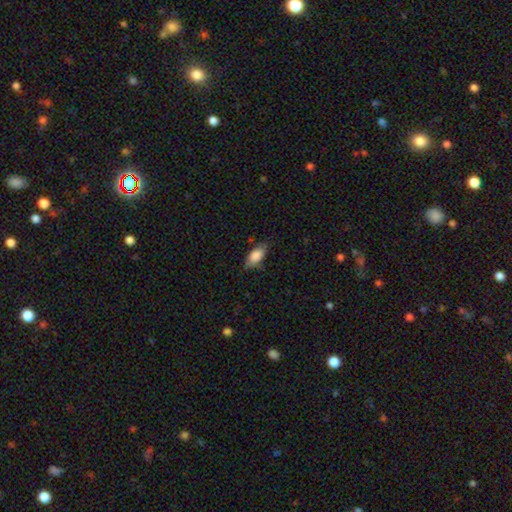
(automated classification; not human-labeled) Smooth or featured?
  - smooth: 81% *
  - featured or disk: 12%
  - star or artifact: 7%
How rounded?
  - in between: 85% *
  - cigar-shaped: 12%
  - round: 3%
Merging?
  - none: 73% *
  - minor disturbance: 21%
  - major disturbance: 4%
  - merger: 1%